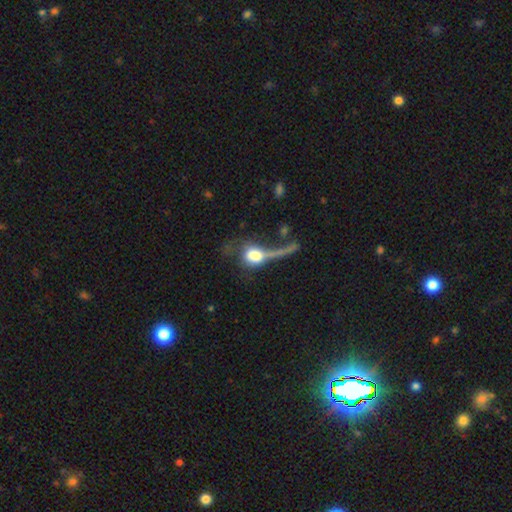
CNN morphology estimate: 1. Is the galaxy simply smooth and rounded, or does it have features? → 56% smooth, 34% featured or disk, 10% star or artifact.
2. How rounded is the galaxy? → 49% in between, 45% round, 6% cigar-shaped.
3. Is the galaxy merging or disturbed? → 54% major disturbance, 18% none, 15% merger, 14% minor disturbance.